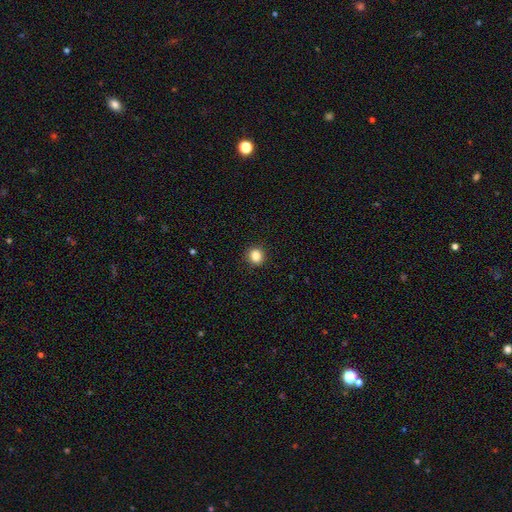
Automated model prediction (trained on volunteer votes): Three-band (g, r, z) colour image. It shows a smooth galaxy with no disk features (86%) that is round (83%). Merging: none (90%).